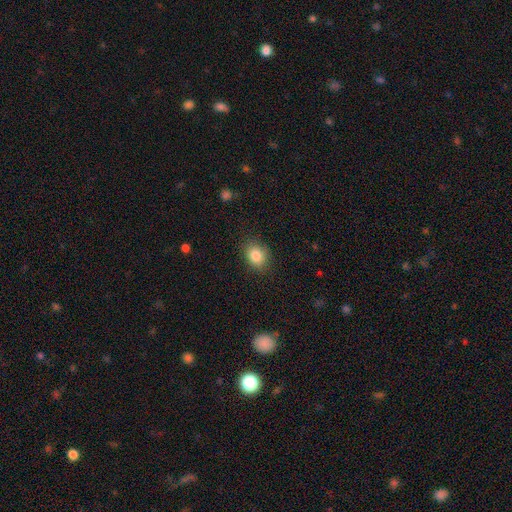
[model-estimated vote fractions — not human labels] A smooth galaxy with no disk features (85%) that is in between round and cigar-shaped (57%). Merging: none (85%).